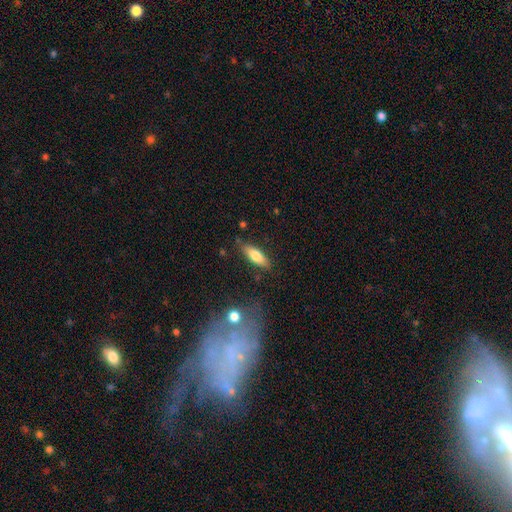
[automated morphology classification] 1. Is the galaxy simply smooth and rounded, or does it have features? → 72% smooth, 21% featured or disk, 7% star or artifact.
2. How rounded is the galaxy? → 54% in between, 44% cigar-shaped, 2% round.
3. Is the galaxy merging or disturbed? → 80% none, 13% minor disturbance, 3% major disturbance, 3% merger.